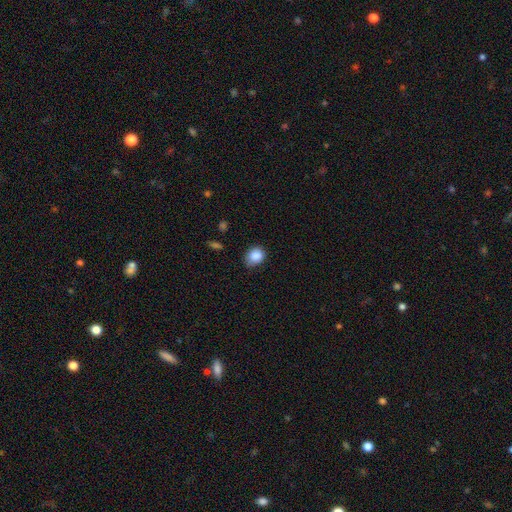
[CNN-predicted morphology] Overall: smooth (87%). How rounded: round (54%; in between 45%). Merging: none (64%; minor disturbance 29%).